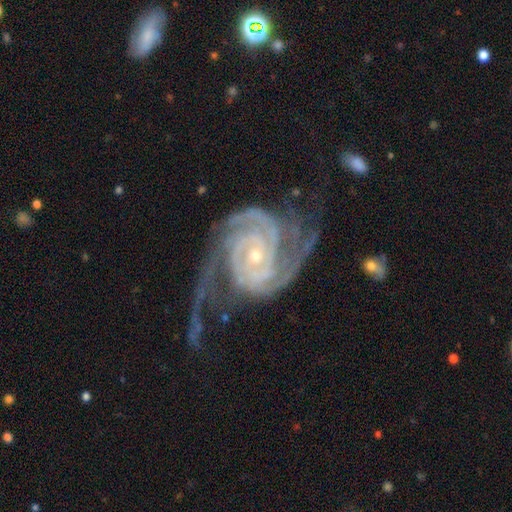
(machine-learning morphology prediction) Q: Smooth or featured?
A: featured or disk (94%); runner-up: star or artifact (4%)
Q: Edge-on disk?
A: no (98%); runner-up: yes (2%)
Q: Bar?
A: no (63%); runner-up: weak (24%)
Q: Spiral arms?
A: yes (99%); runner-up: no (1%)
Q: Spiral winding?
A: tight (64%); runner-up: medium (30%)
Q: Spiral arm count?
A: 2 (42%); runner-up: 3 (24%)
Q: Bulge size?
A: small (68%); runner-up: moderate (29%)
Q: Merging?
A: none (49%); runner-up: major disturbance (26%)